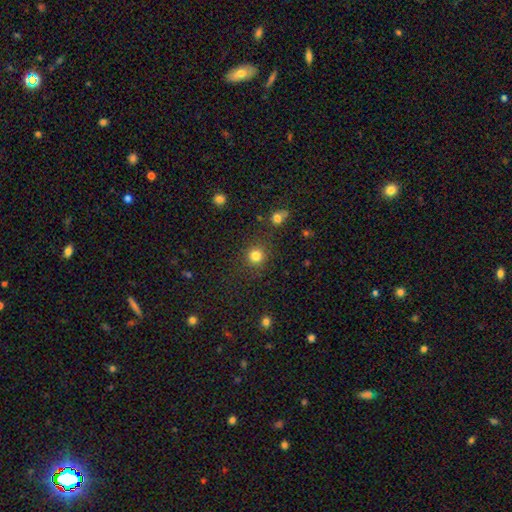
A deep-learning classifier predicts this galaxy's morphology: Smooth or featured?
  - smooth: 82% *
  - star or artifact: 14%
  - featured or disk: 5%
How rounded?
  - round: 93% *
  - in between: 6%
  - cigar-shaped: 1%
Merging?
  - none: 87% *
  - minor disturbance: 7%
  - major disturbance: 3%
  - merger: 3%